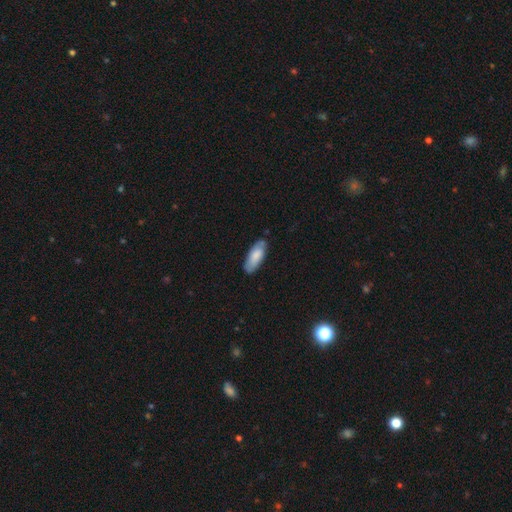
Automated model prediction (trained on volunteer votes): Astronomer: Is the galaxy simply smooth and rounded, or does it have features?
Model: smooth — 77%.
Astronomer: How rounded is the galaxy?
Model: in between — 75%.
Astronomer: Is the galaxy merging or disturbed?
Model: none — 76%.